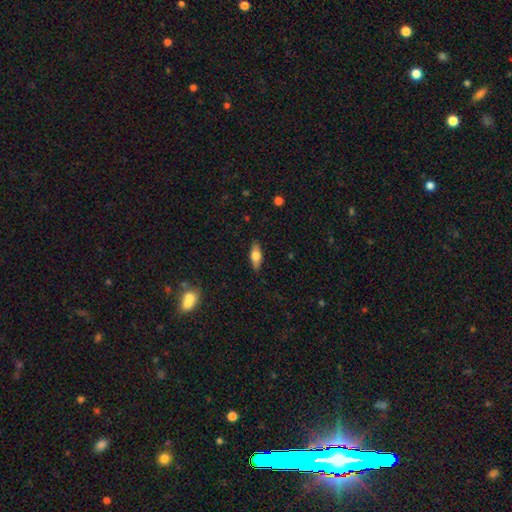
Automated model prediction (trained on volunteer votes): Morphology: type=smooth (64%); roundness=in between (68%); merging=none (86%).